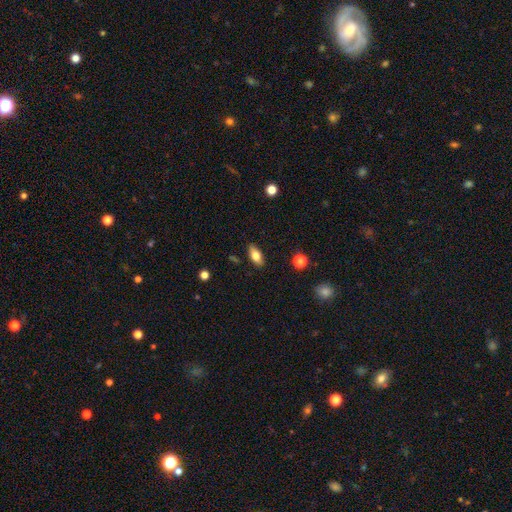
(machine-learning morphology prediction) A smooth galaxy with no disk features (76%) that is in between round and cigar-shaped (86%). Merging: none (85%).